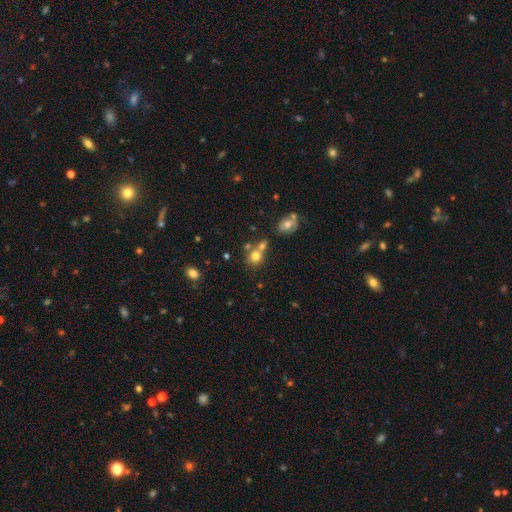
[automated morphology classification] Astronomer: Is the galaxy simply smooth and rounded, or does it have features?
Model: smooth — 75%.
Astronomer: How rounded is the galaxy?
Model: round — 76%.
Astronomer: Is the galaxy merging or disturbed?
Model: none — 47% (runner-up: merger, 38%).